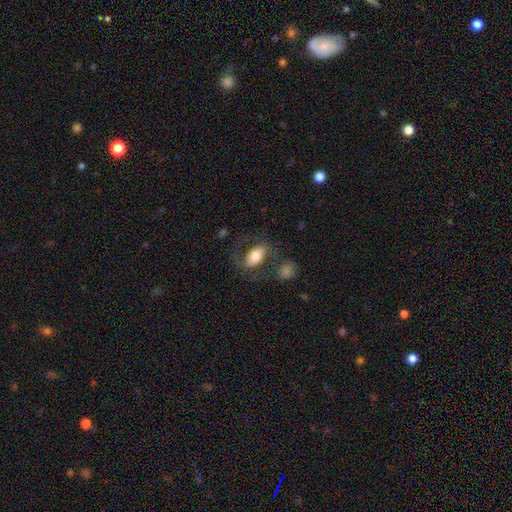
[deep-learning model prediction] Morphology: type=smooth (53%); roundness=in between (89%); merging=none (58%).